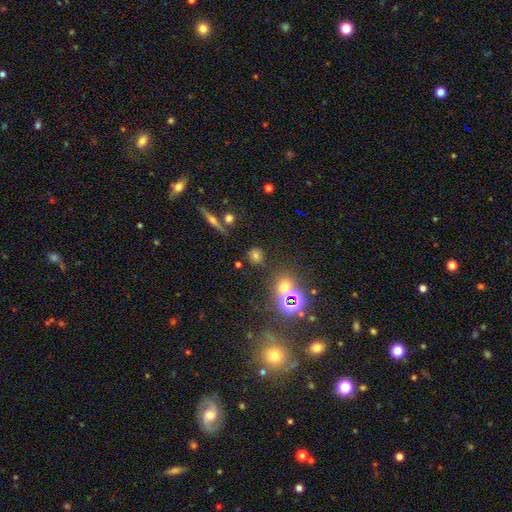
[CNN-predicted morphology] Smooth or featured?
  - smooth: 61% *
  - star or artifact: 28%
  - featured or disk: 11%
How rounded?
  - round: 81% *
  - in between: 16%
  - cigar-shaped: 2%
Merging?
  - none: 80% *
  - minor disturbance: 10%
  - merger: 6%
  - major disturbance: 4%